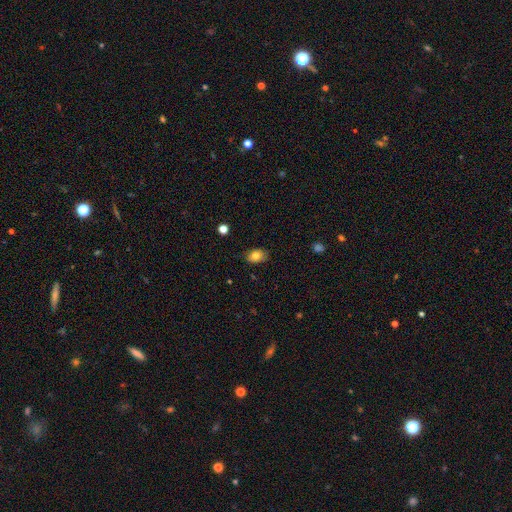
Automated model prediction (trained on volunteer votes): This is clearly a smooth galaxy (81%). How rounded: clearly in between (81%). Merging: clearly none (81%).